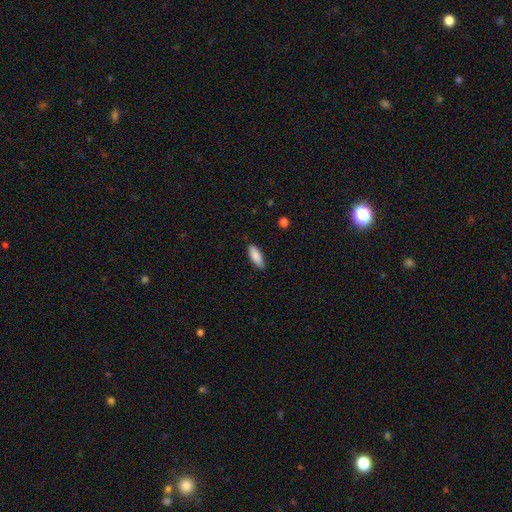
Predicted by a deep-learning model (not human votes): A smooth galaxy with no disk features (89%) that is in between round and cigar-shaped (67%). Merging: none (88%).